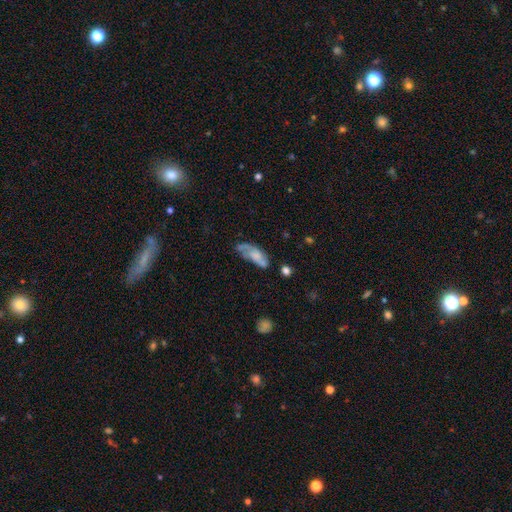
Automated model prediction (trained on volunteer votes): smooth_or_featured: smooth (p=0.48) [alt: featured or disk p=0.44]
merging: none (p=0.37) [alt: minor disturbance p=0.28]